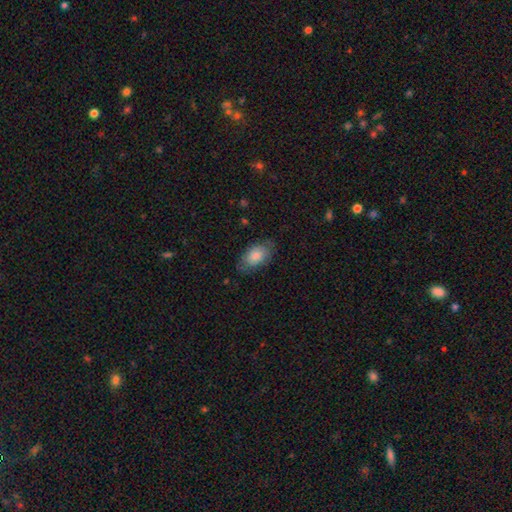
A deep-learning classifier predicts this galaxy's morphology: Smooth or featured?
  - smooth: 76% *
  - featured or disk: 17%
  - star or artifact: 6%
How rounded?
  - in between: 91% *
  - round: 7%
  - cigar-shaped: 2%
Merging?
  - none: 71% *
  - minor disturbance: 21%
  - major disturbance: 7%
  - merger: 1%